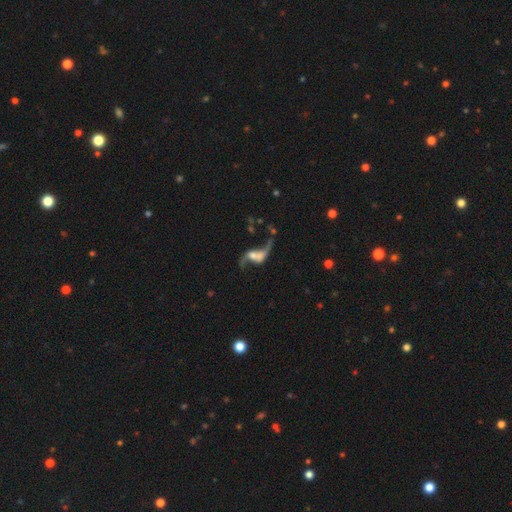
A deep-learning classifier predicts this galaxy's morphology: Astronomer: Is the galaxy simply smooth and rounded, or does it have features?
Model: featured or disk — 82%.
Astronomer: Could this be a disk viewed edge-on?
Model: no — 95%.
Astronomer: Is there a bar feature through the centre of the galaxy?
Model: no — 47% (runner-up: weak, 36%).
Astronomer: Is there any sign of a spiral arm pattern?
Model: yes — 91%.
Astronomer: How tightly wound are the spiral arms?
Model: loose — 92%.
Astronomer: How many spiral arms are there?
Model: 2 — 90%.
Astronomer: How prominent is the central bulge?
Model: small — 32% (runner-up: moderate, 30%).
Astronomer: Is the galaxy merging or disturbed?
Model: none — 48%.